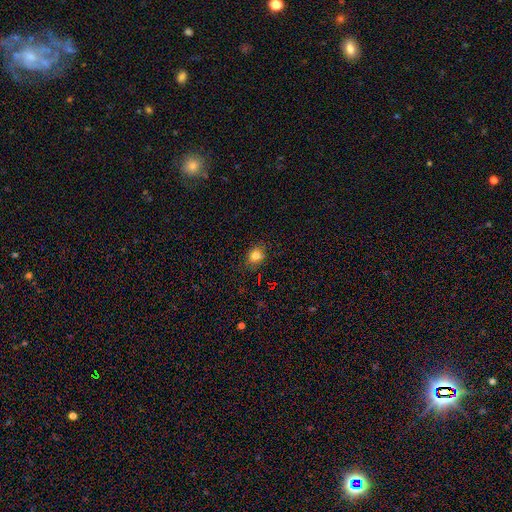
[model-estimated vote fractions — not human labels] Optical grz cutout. It shows a smooth galaxy with no disk features (80%) that is round (66%). Merging: none (85%).